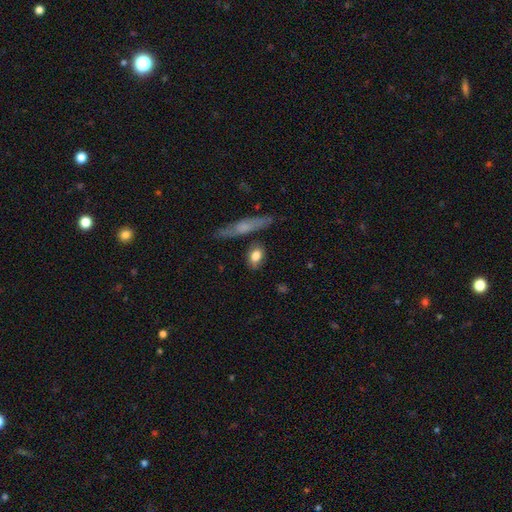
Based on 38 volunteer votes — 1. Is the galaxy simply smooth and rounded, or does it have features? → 79% smooth, 13% featured or disk, 8% star or artifact.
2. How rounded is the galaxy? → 70% in between, 27% round, 3% cigar-shaped.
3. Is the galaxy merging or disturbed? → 66% none, 20% minor disturbance, 11% merger, 3% major disturbance.